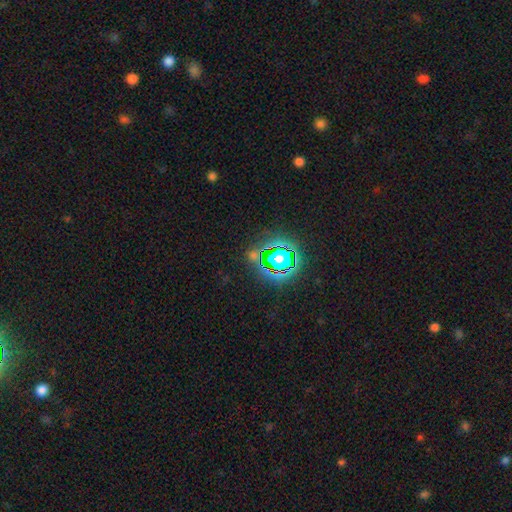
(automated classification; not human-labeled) Overall: star or artifact (73%).